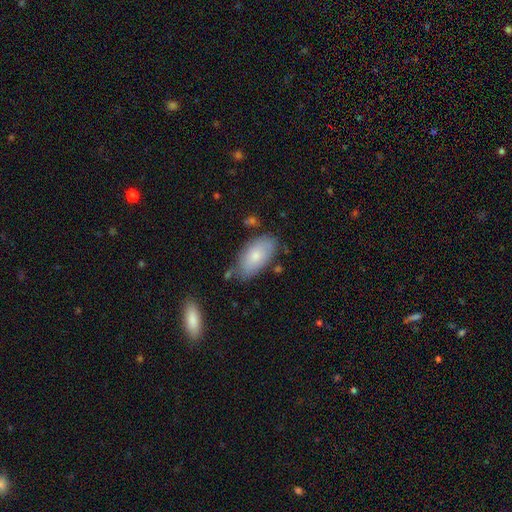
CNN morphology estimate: The model was most divided on "merging": none: 71%, minor disturbance: 20%, merger: 5%, major disturbance: 4%. More confident: how rounded — in between (94%); smooth or featured — smooth (76%).